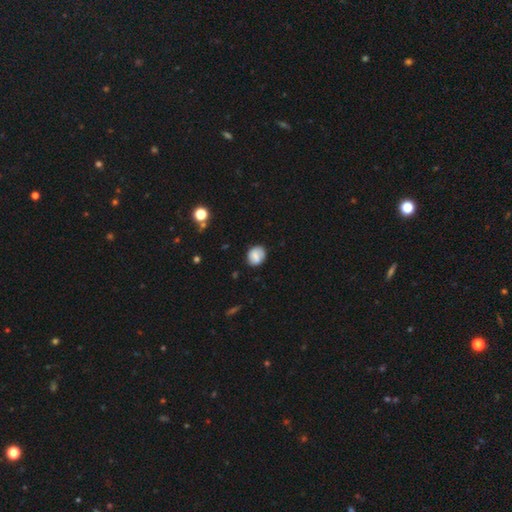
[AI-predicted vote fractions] smooth-or-featured: smooth: 75% | featured or disk: 16% | star or artifact: 9%
  how-rounded: round: 60% | in between: 39% | cigar-shaped: 1%
  merging: none: 75% | minor disturbance: 19% | major disturbance: 4% | merger: 2%